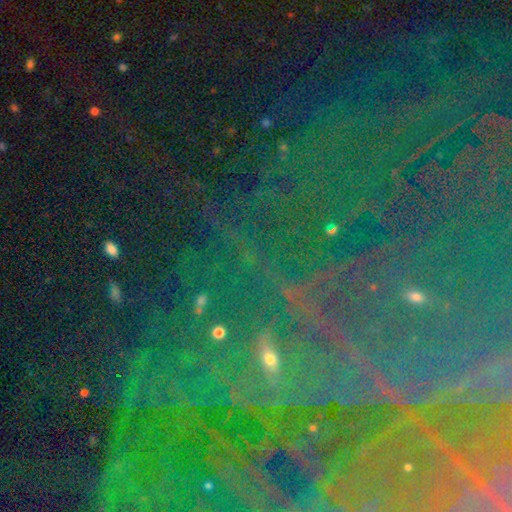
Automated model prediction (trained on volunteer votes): Overall: star or artifact (74%).